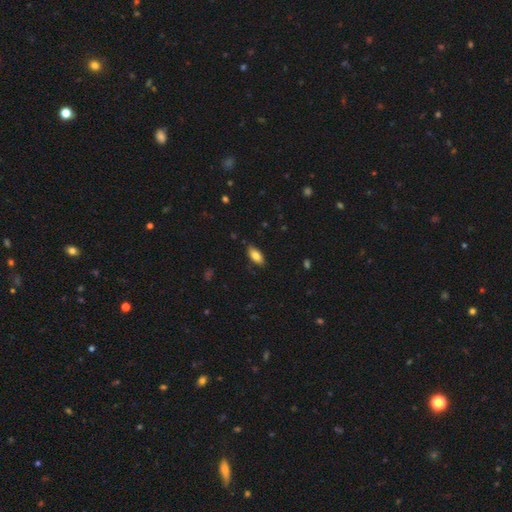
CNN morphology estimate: Smooth or featured? smooth (82%)
How rounded? in between (89%)
Merging? none (84%)